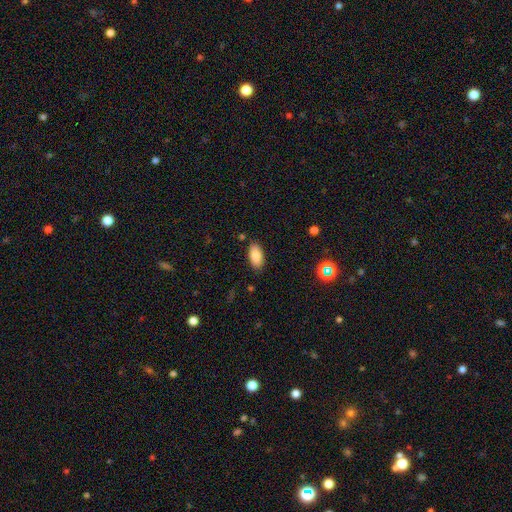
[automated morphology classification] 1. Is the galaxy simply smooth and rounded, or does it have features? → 85% smooth, 8% star or artifact, 7% featured or disk.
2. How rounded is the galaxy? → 93% in between, 4% cigar-shaped, 3% round.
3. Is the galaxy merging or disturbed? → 86% none, 10% minor disturbance, 2% major disturbance, 2% merger.